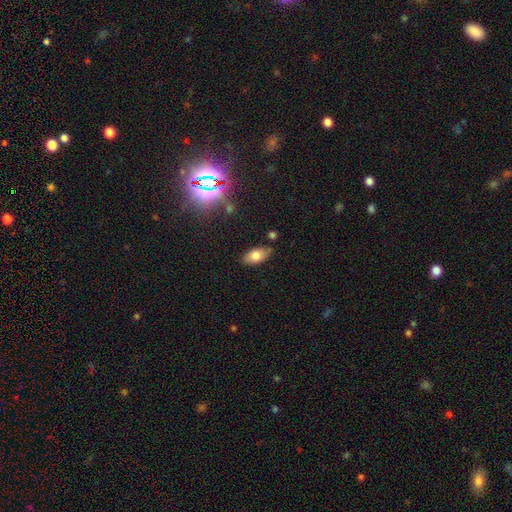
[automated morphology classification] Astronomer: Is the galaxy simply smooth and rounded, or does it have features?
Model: smooth — 76%.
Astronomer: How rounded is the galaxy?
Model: in between — 91%.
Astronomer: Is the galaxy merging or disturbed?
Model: none — 79%.